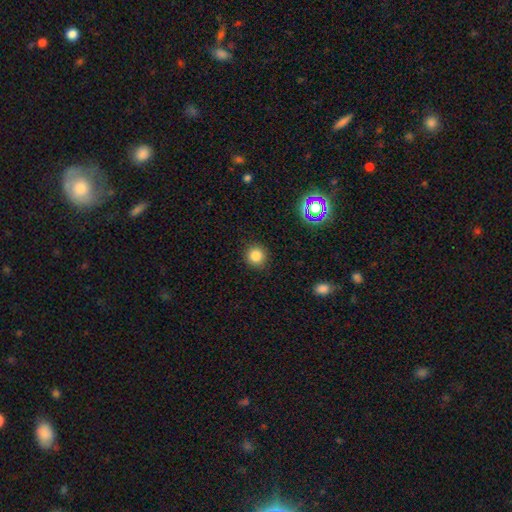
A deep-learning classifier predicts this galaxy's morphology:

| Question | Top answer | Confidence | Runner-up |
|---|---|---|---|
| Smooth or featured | smooth | 82% | star or artifact (13%) |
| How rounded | round | 93% | in between (6%) |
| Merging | none | 90% | minor disturbance (6%) |